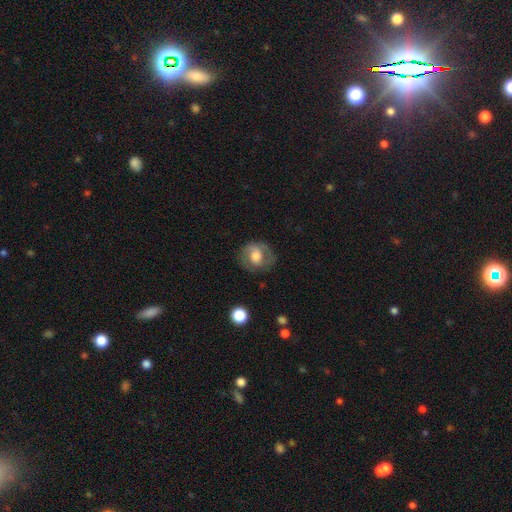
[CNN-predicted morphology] smooth-or-featured: featured or disk: 49% | smooth: 44% | star or artifact: 8%
  merging: none: 70% | minor disturbance: 18% | major disturbance: 11% | merger: 1%